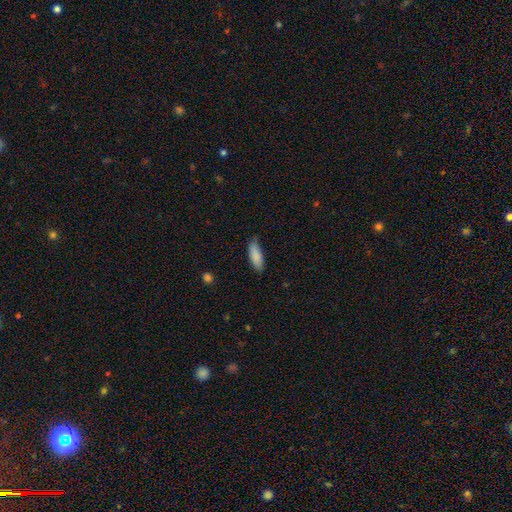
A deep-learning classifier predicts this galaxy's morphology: Smooth or featured?
  - smooth: 87% *
  - featured or disk: 7%
  - star or artifact: 6%
How rounded?
  - in between: 62% *
  - cigar-shaped: 36%
  - round: 2%
Merging?
  - none: 74% *
  - minor disturbance: 21%
  - major disturbance: 3%
  - merger: 1%